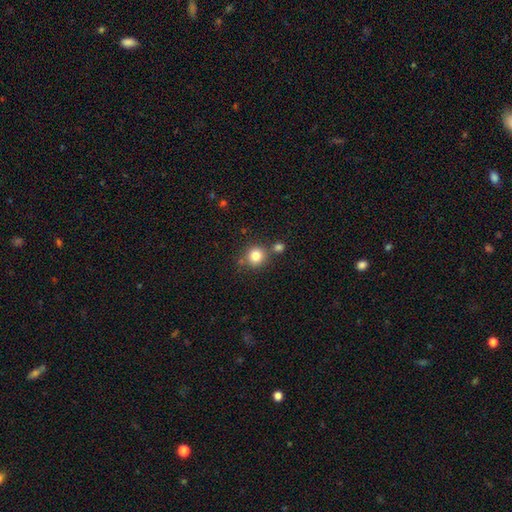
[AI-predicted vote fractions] Smooth or featured?
  - smooth: 82% *
  - star or artifact: 11%
  - featured or disk: 7%
How rounded?
  - round: 91% *
  - in between: 8%
  - cigar-shaped: 1%
Merging?
  - none: 71% *
  - merger: 16%
  - minor disturbance: 9%
  - major disturbance: 3%